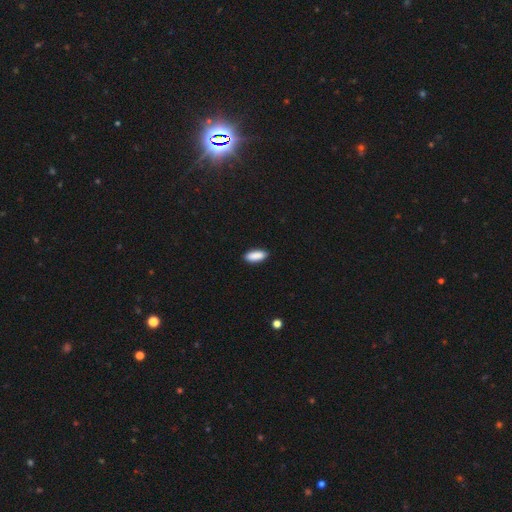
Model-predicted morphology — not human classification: A smooth galaxy with no disk features (90%) that is in between round and cigar-shaped (77%). Merging: none (89%).